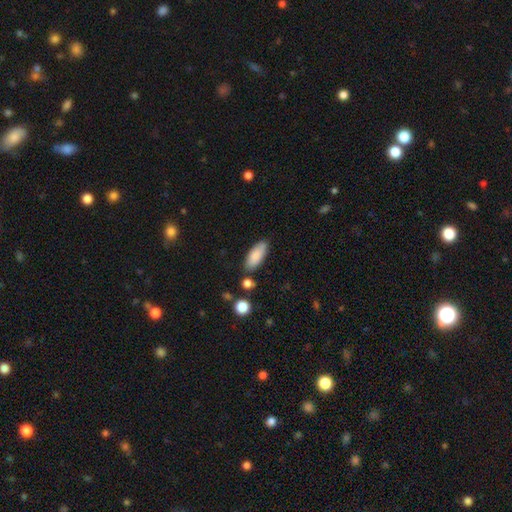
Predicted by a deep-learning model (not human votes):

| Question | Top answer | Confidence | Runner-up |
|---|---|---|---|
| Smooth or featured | smooth | 85% | featured or disk (8%) |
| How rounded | in between | 81% | cigar-shaped (18%) |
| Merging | none | 80% | minor disturbance (13%) |